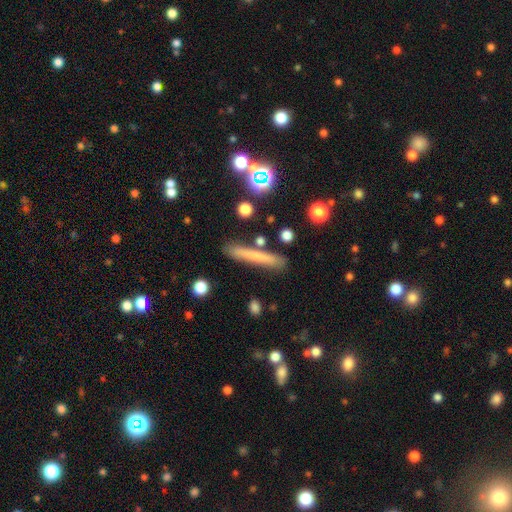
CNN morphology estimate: The model was most divided on "smooth or featured": smooth: 64%, featured or disk: 25%, star or artifact: 11%. More confident: how rounded — cigar-shaped (93%); merging — none (82%).